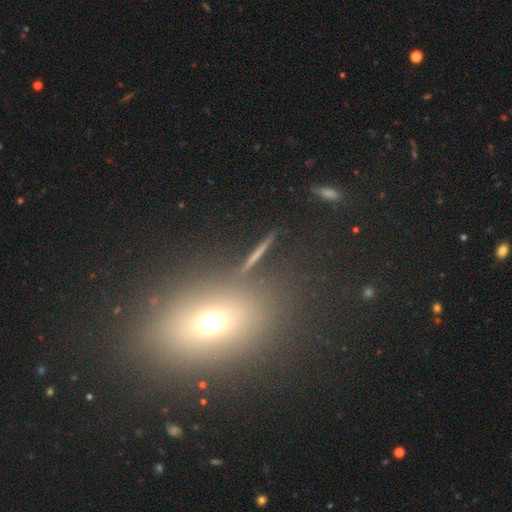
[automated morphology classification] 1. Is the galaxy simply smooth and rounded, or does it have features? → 39% smooth, 34% featured or disk, 28% star or artifact.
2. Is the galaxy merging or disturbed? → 88% none, 6% minor disturbance, 3% merger, 3% major disturbance.